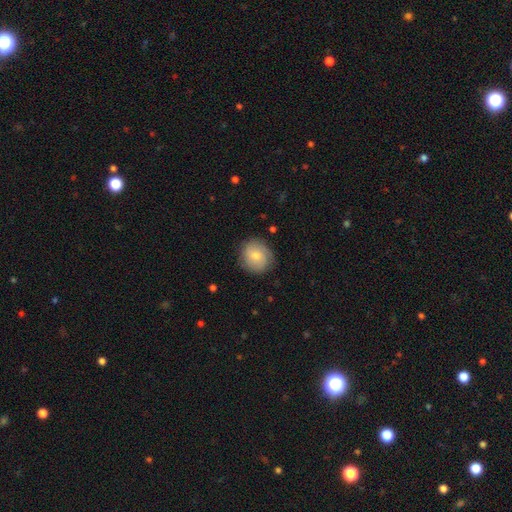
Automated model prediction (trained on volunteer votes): Overall: smooth (73%). How rounded: round (87%). Merging: none (83%).